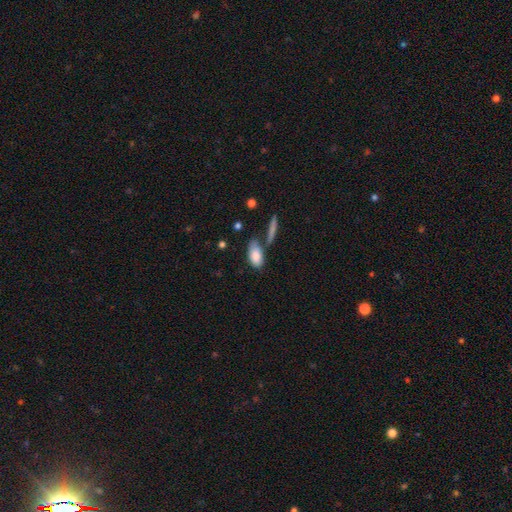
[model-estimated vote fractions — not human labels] The model was most divided on "merging": none: 50%, minor disturbance: 23%, merger: 19%, major disturbance: 8%. More confident: how rounded — in between (89%); smooth or featured — smooth (82%).